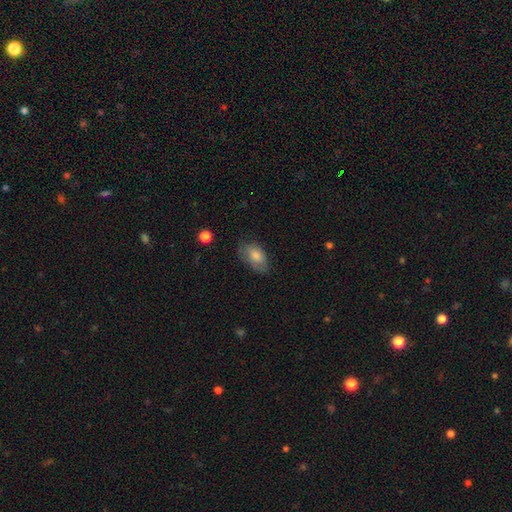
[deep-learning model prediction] Smooth or featured: smooth — 77% (featured or disk — 16%)
How rounded: in between — 92% (round — 6%)
Merging: none — 63% (minor disturbance — 27%)